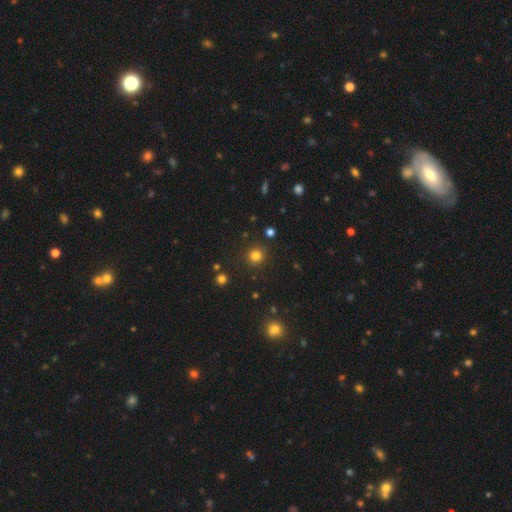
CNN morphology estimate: A smooth galaxy with no disk features (79%) that is round (91%). Merging: none (88%).